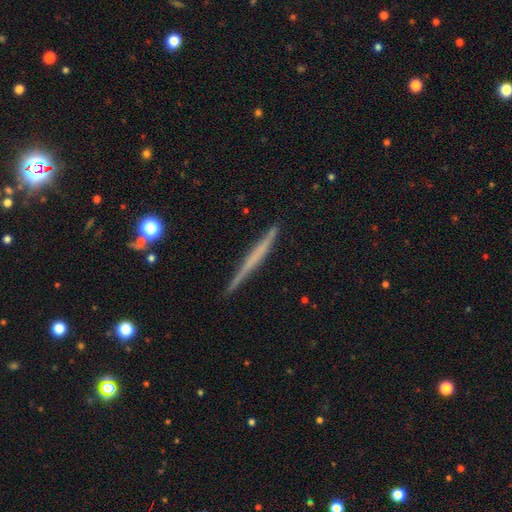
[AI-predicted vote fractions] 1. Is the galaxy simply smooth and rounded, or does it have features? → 51% featured or disk, 43% smooth, 6% star or artifact.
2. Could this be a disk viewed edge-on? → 97% yes, 3% no.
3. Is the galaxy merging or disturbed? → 90% none, 8% minor disturbance, 1% major disturbance, 1% merger.